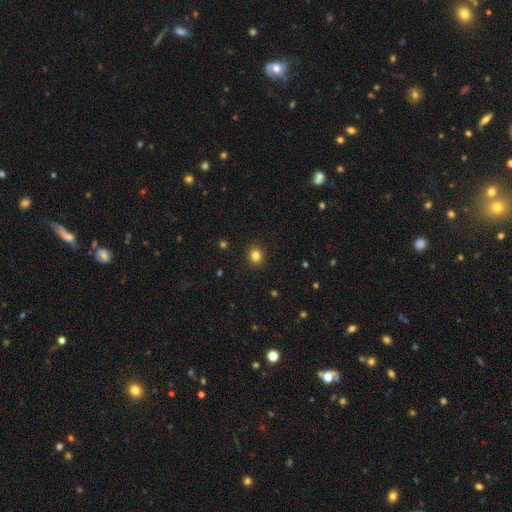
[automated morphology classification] This appears to be a smooth galaxy with no disk features (83%) that is round (83%). Merging: none (91%).